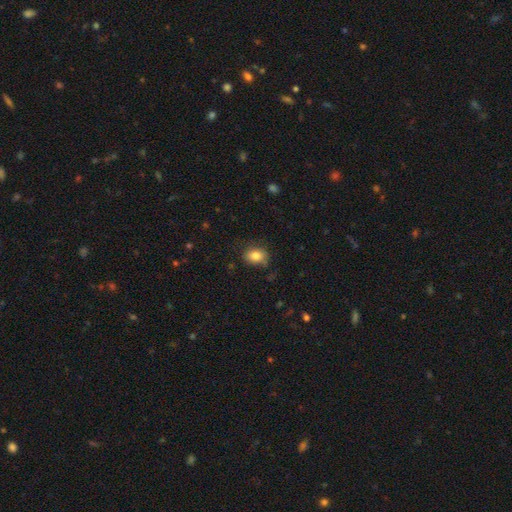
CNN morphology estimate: smooth-or-featured: smooth: 83% | star or artifact: 9% | featured or disk: 8%
  how-rounded: in between: 65% | round: 34% | cigar-shaped: 1%
  merging: none: 76% | minor disturbance: 18% | major disturbance: 4% | merger: 2%